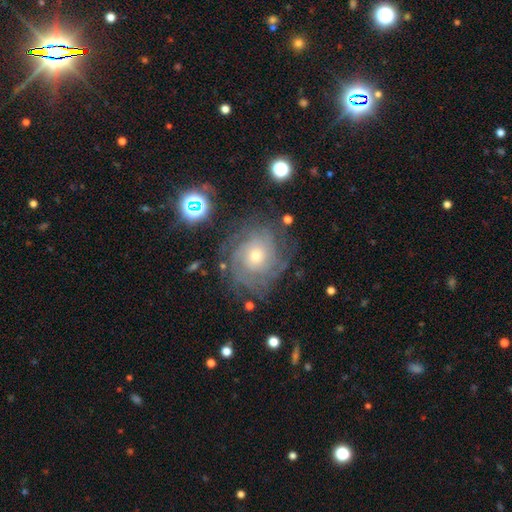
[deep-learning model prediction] Smooth or featured?
  - featured or disk: 79% *
  - smooth: 11%
  - star or artifact: 10%
Edge-on disk?
  - no: 97% *
  - yes: 3%
Bar?
  - no: 80% *
  - weak: 17%
  - strong: 3%
Spiral arms?
  - yes: 94% *
  - no: 6%
Spiral winding?
  - tight: 72% *
  - medium: 22%
  - loose: 6%
Spiral arm count?
  - can't tell: 44% *
  - 4: 15%
  - 3: 14%
  - 2: 10%
  - more than 4: 10%
  - 1: 6%
Bulge size?
  - small: 51% *
  - moderate: 44%
  - large: 3%
  - none: 1%
  - dominant: 1%
Merging?
  - none: 76% *
  - minor disturbance: 15%
  - major disturbance: 8%
  - merger: 2%